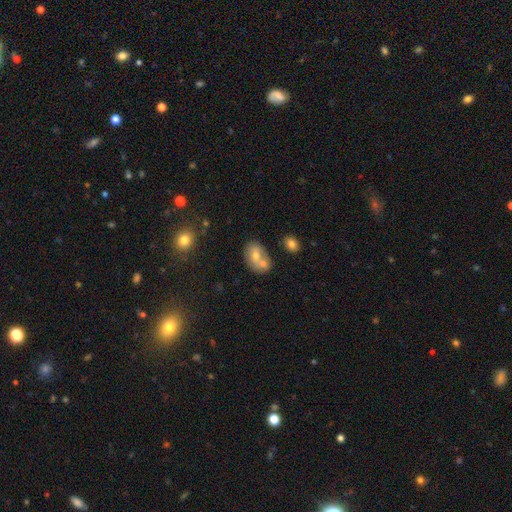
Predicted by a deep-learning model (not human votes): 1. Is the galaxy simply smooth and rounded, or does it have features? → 63% smooth, 27% featured or disk, 9% star or artifact.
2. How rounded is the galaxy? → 74% in between, 25% round, 1% cigar-shaped.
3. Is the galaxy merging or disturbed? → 53% merger, 34% none, 10% minor disturbance, 4% major disturbance.